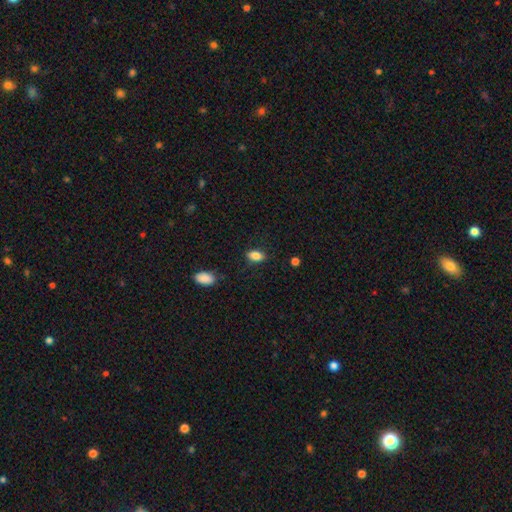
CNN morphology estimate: This is clearly a smooth galaxy (84%). How rounded: clearly in between (88%). Merging: clearly none (84%).